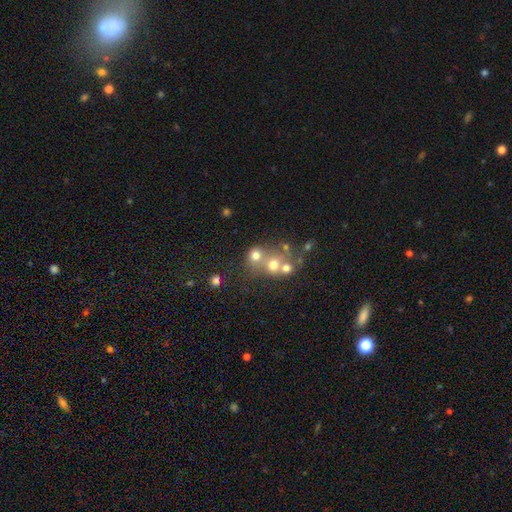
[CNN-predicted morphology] Q: Smooth or featured?
A: smooth (64%); runner-up: featured or disk (19%)
Q: How rounded?
A: round (78%); runner-up: in between (21%)
Q: Merging?
A: merger (47%); runner-up: none (40%)